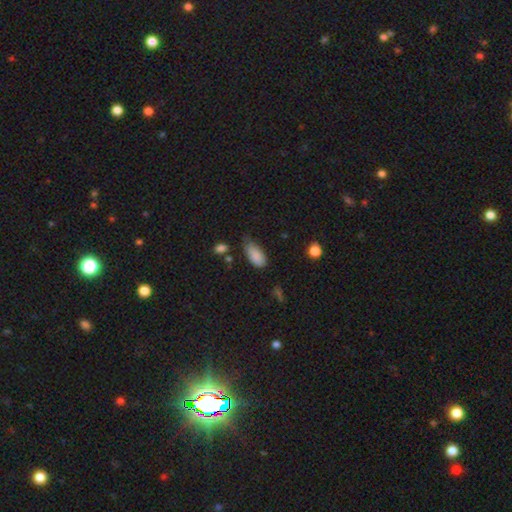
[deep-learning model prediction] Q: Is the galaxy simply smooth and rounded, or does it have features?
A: smooth — 87%.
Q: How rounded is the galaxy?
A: in between — 91%.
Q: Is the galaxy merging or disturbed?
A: none — 44%.